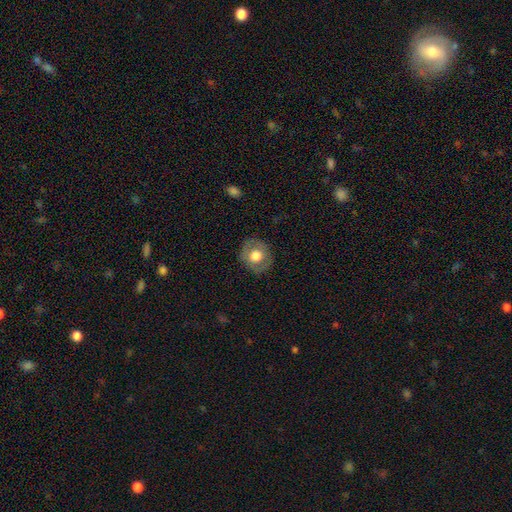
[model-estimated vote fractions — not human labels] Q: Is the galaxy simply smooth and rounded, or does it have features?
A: smooth — 59%.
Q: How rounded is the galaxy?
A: round — 77%.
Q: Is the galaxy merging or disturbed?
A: none — 82%.